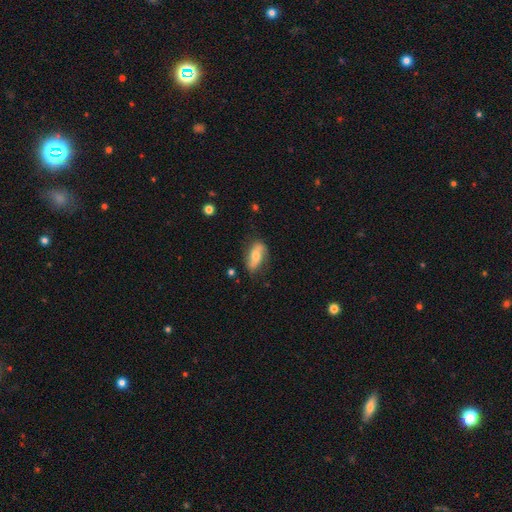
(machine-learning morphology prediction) This is possibly a featured or disk galaxy (50%). It is clearly not viewed edge-on (85%). Merging: likely none (72%).